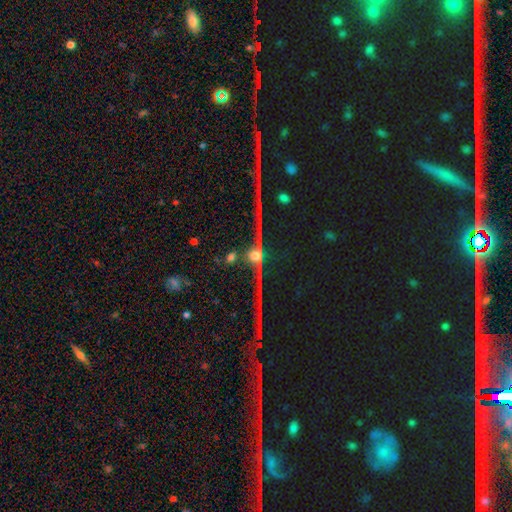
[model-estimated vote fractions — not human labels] Morphology: type=featured or disk (50%); edge-on=yes (74%); merging=none (69%).